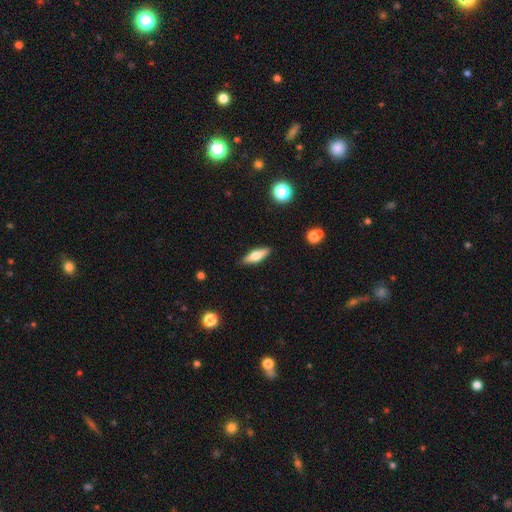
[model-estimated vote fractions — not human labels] Morphology: type=smooth (53%); roundness=cigar-shaped (53%); merging=none (88%).